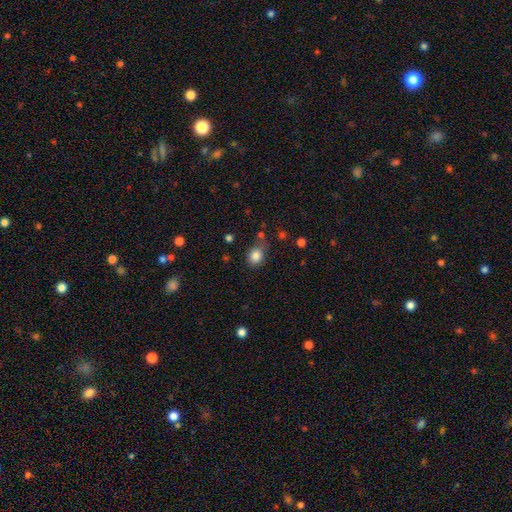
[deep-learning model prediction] A smooth galaxy with no disk features (84%) that is round (57%). Merging: none (61%).